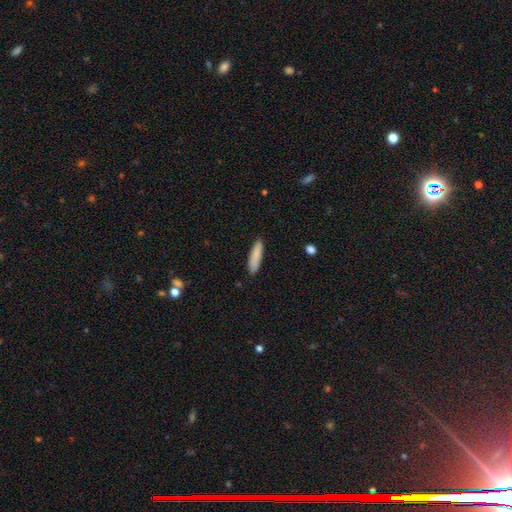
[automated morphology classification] type=smooth (86%); roundness=cigar-shaped (73%); merging=none (88%).